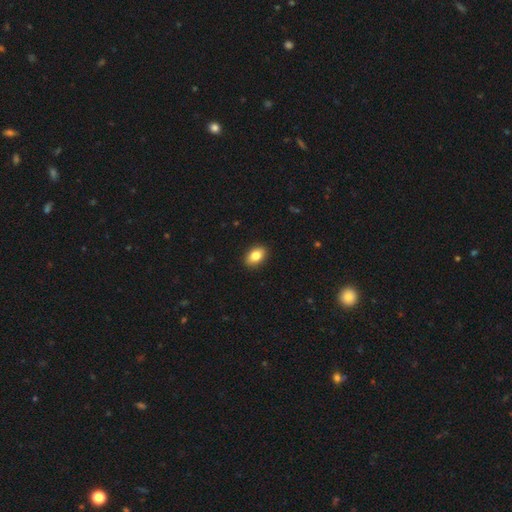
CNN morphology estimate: Smooth or featured: smooth — 83% (featured or disk — 9%)
How rounded: in between — 82% (round — 16%)
Merging: none — 91% (minor disturbance — 7%)